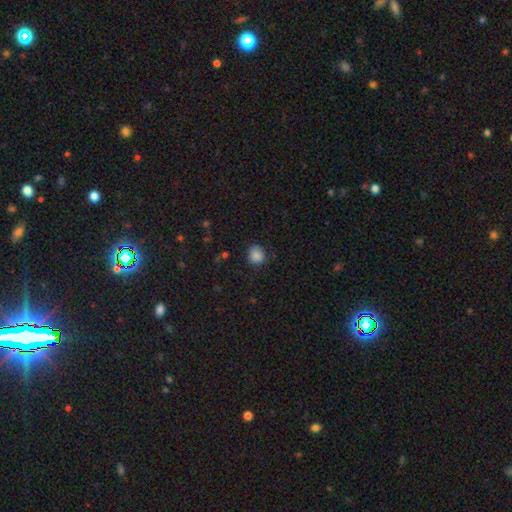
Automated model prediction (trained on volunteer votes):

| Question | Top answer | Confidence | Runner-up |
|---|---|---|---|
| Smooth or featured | smooth | 86% | star or artifact (10%) |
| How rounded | round | 76% | in between (23%) |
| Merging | none | 78% | minor disturbance (18%) |